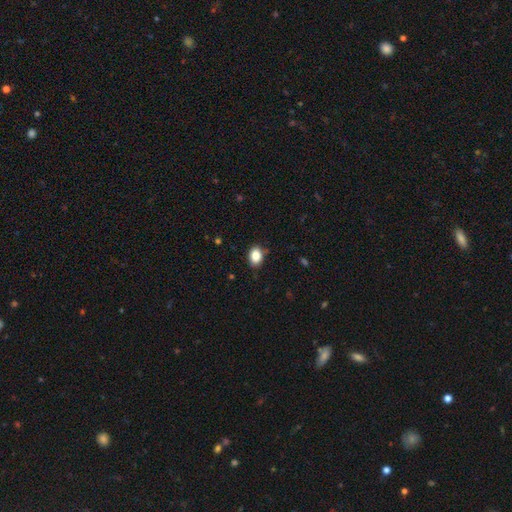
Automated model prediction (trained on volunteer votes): A smooth galaxy with no disk features (87%) that is in between round and cigar-shaped (75%). Merging: none (85%).